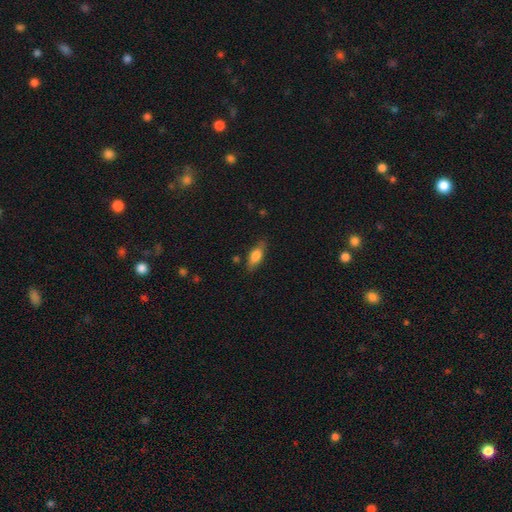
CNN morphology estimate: Smooth or featured? smooth (69%)
How rounded? in between (73%)
Merging? none (79%)